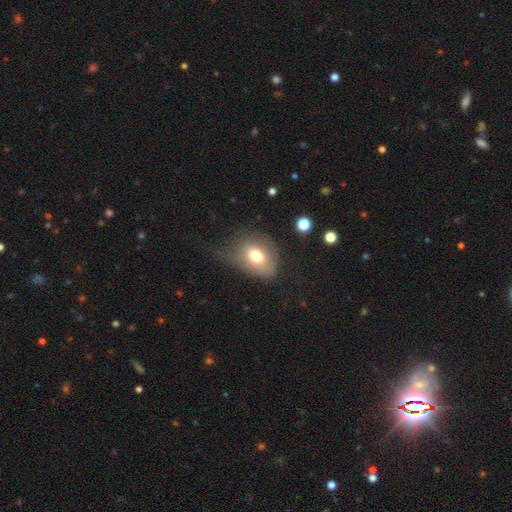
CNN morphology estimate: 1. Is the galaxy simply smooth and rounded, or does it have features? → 71% smooth, 20% featured or disk, 9% star or artifact.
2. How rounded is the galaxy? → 64% in between, 35% round, 1% cigar-shaped.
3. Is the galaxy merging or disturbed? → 37% none, 33% minor disturbance, 28% major disturbance, 2% merger.